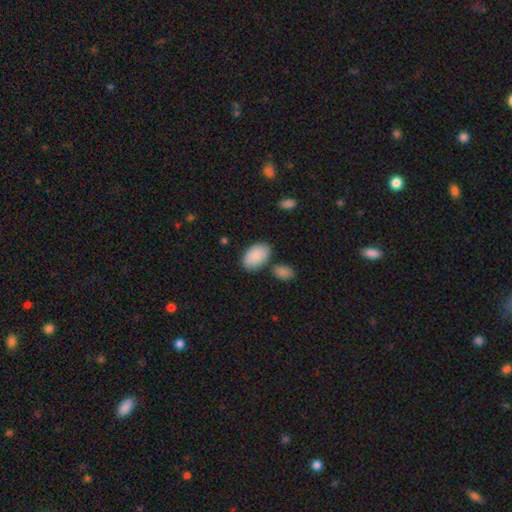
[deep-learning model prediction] smooth 88%, featured or disk 6%, star or artifact 6%. Down the decision tree: how rounded — in between (94%); merging — none (72%).